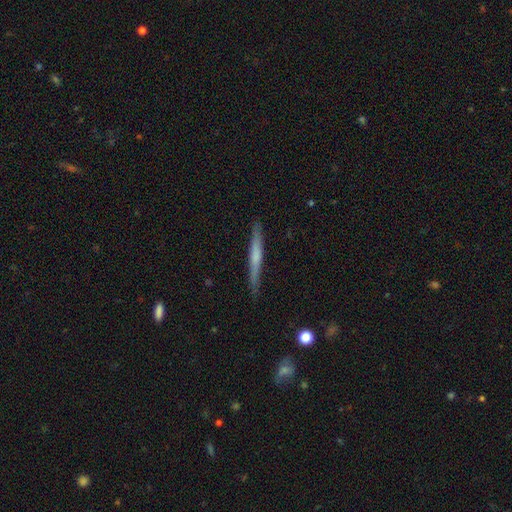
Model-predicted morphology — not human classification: smooth-or-featured: featured or disk: 50% | smooth: 45% | star or artifact: 6%
  merging: none: 87% | minor disturbance: 10% | major disturbance: 2% | merger: 1%